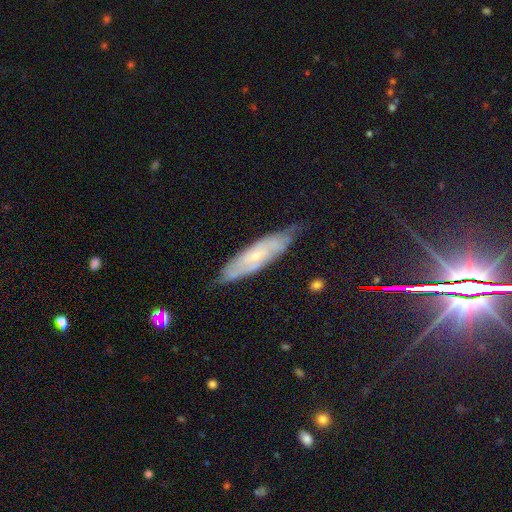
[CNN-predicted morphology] Smooth or featured? Predicted: featured or disk (p=0.62). Edge-on disk? Predicted: no (p=0.67). Merging? Predicted: none (p=0.71).